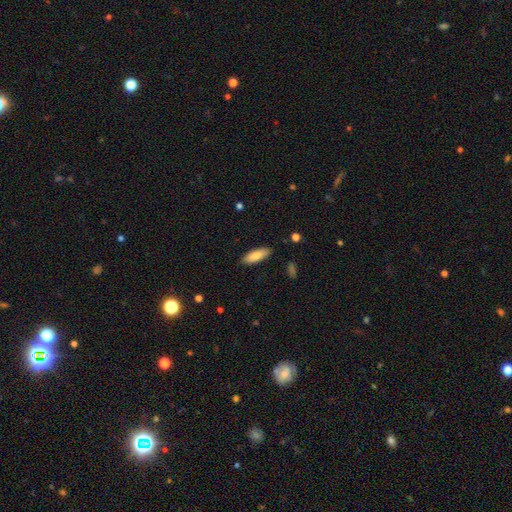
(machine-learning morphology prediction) Smooth or featured?
  - smooth: 83% *
  - featured or disk: 11%
  - star or artifact: 6%
How rounded?
  - in between: 62% *
  - cigar-shaped: 37%
  - round: 2%
Merging?
  - none: 88% *
  - minor disturbance: 9%
  - major disturbance: 2%
  - merger: 1%